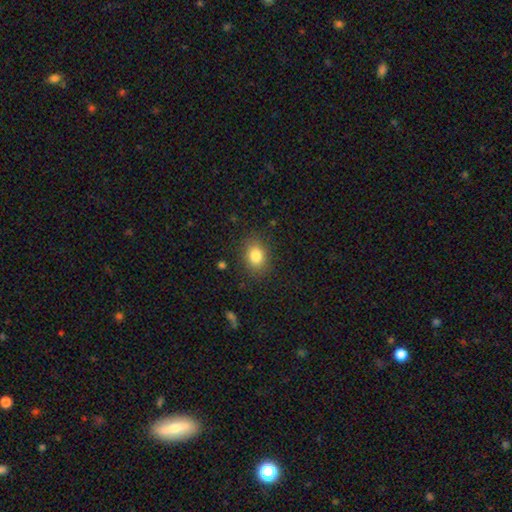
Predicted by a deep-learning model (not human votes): This is clearly a smooth galaxy (83%). How rounded: likely in between (65%). Merging: clearly none (84%).